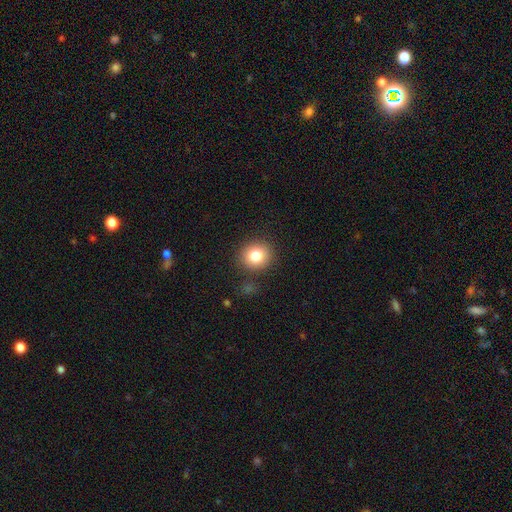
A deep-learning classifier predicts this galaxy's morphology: A smooth galaxy with no disk features (81%) that is round (84%). Merging: none (87%).